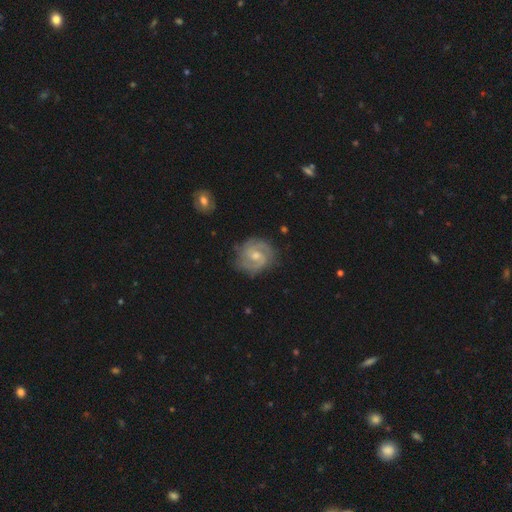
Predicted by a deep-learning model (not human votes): Overall: featured or disk (84%). Edge-on disk: no (98%). Bar: no (47%; weak 46%). Spiral arms: yes (96%). Spiral arm count: 2 (75%). Spiral winding: tight (47%; medium 43%). Bulge size: moderate (61%; small 33%). Merging: none (77%).